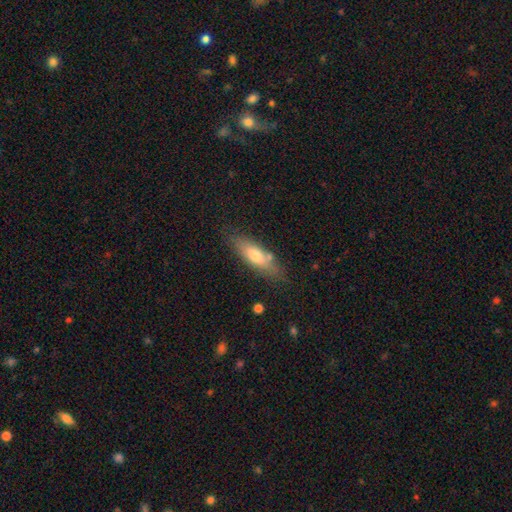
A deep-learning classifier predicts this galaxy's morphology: A smooth galaxy with no disk features (63%) that is in between round and cigar-shaped (49%). Merging: none (77%).